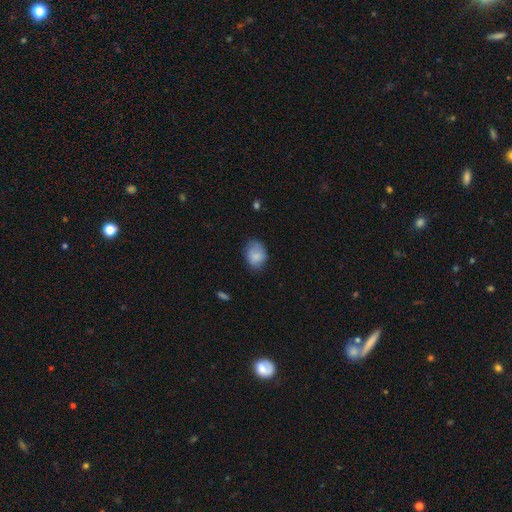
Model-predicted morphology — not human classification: smooth_or_featured: smooth (p=0.80) [alt: featured or disk p=0.12]
how_rounded: in between (p=0.59) [alt: round p=0.40]
merging: none (p=0.61) [alt: minor disturbance p=0.30]